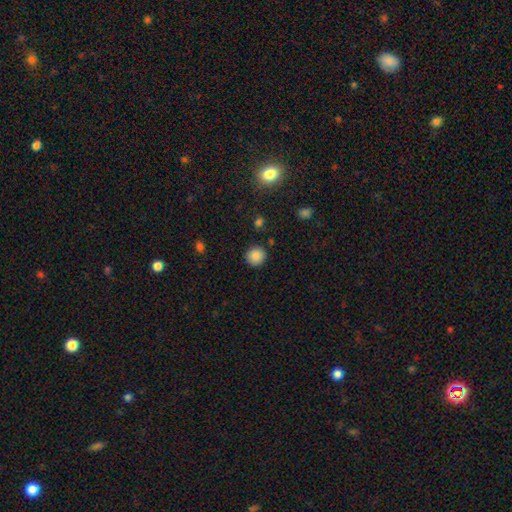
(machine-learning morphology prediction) Smooth or featured? smooth (86%)
How rounded? round (93%)
Merging? none (90%)